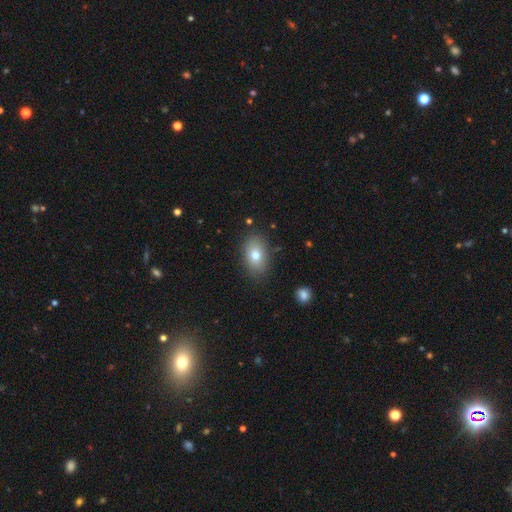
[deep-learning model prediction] smooth-or-featured: smooth: 75% | featured or disk: 15% | star or artifact: 10%
  how-rounded: in between: 84% | round: 14% | cigar-shaped: 2%
  merging: none: 84% | minor disturbance: 11% | major disturbance: 3% | merger: 2%